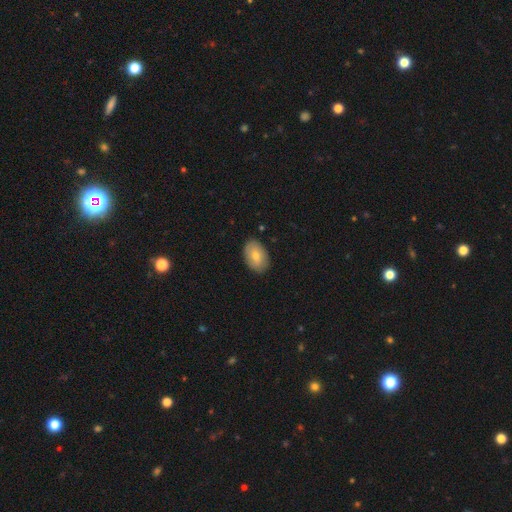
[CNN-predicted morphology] This appears to be a smooth galaxy with no disk features (72%) that is in between round and cigar-shaped (87%). Merging: none (86%).